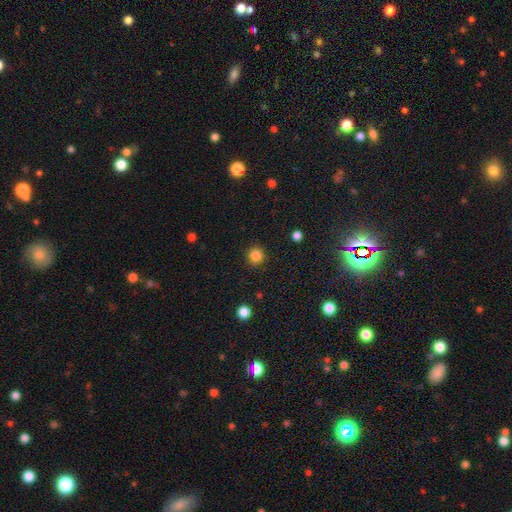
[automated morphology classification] Smooth or featured? smooth (85%)
How rounded? round (94%)
Merging? none (91%)